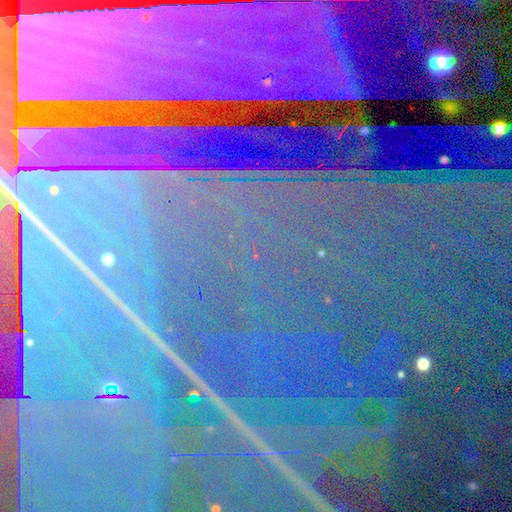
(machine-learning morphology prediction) A star or artifact, not a galaxy (88%).